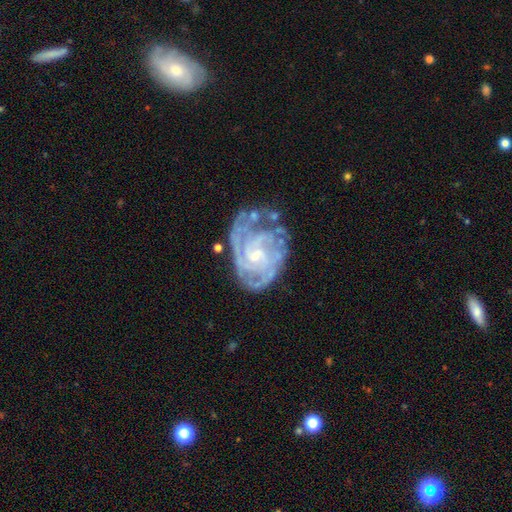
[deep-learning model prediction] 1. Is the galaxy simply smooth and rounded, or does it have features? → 88% featured or disk, 7% smooth, 6% star or artifact.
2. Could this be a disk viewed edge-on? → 98% no, 2% yes.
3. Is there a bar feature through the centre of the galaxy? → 60% no, 34% weak, 6% strong.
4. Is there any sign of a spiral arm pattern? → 95% yes, 5% no.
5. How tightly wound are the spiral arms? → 65% tight, 29% medium, 6% loose.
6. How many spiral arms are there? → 31% can't tell, 24% 3, 19% 2, 15% 4, 6% more than 4, 6% 1.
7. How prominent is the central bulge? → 71% small, 23% moderate, 4% none, 1% large, 1% dominant.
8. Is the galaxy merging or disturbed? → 50% none, 27% minor disturbance, 18% major disturbance, 5% merger.